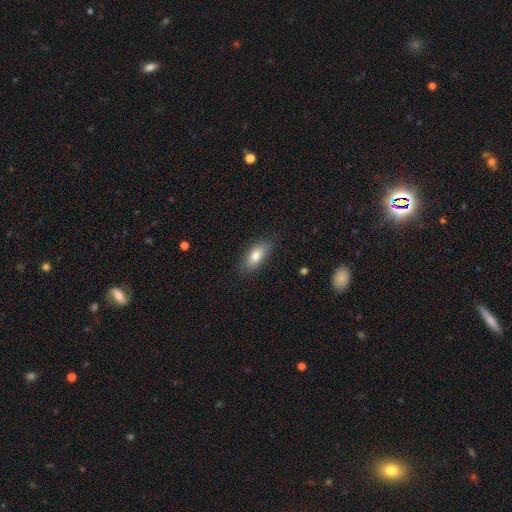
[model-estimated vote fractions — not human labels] Q: Smooth or featured?
A: smooth (79%); runner-up: featured or disk (14%)
Q: How rounded?
A: in between (85%); runner-up: cigar-shaped (11%)
Q: Merging?
A: none (83%); runner-up: minor disturbance (13%)